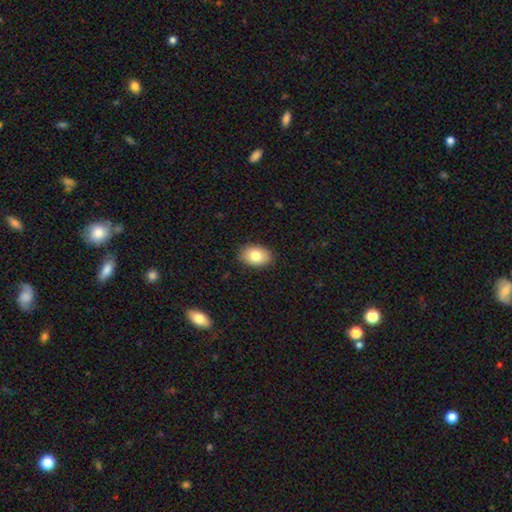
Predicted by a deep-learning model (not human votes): Overall: smooth (80%). How rounded: in between (82%). Merging: none (87%).